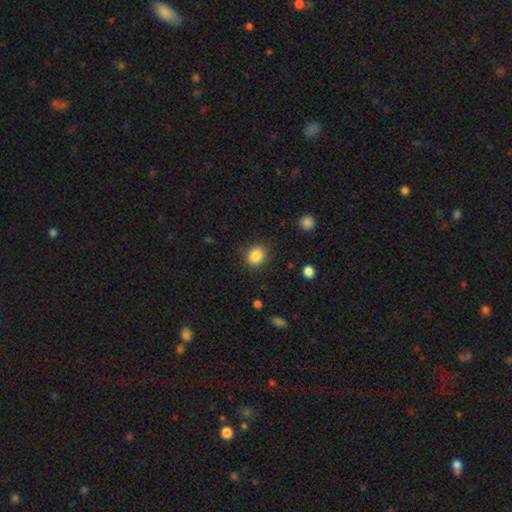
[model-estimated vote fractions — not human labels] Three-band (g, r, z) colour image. It shows a smooth galaxy with no disk features (86%) that is round (58%). Merging: none (85%).